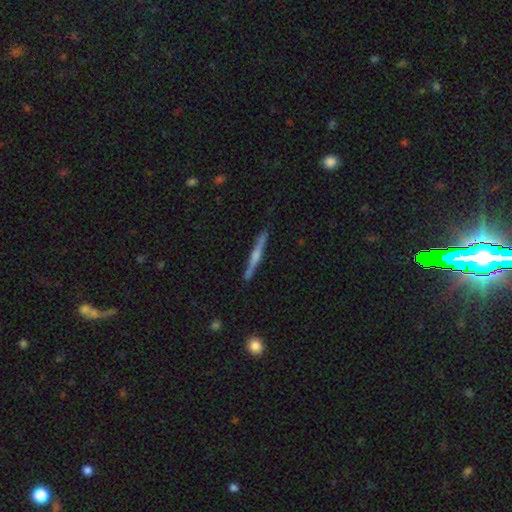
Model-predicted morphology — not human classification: featured or disk 66%, smooth 28%, star or artifact 6%. Down the decision tree: edge-on disk — yes (98%); edge-on bulge — rounded (68%); merging — none (89%).